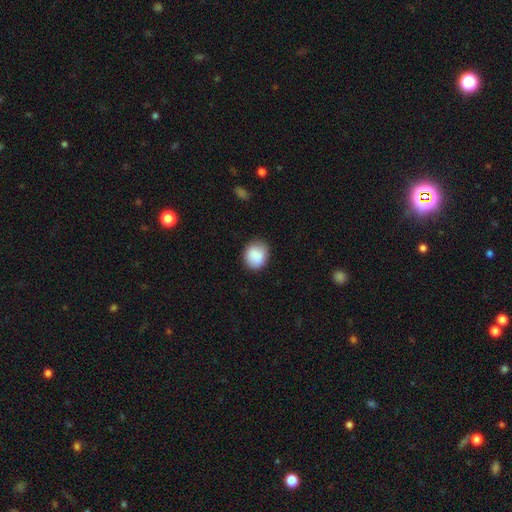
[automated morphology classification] A smooth galaxy with no disk features (87%) that is round (67%). Merging: none (78%).